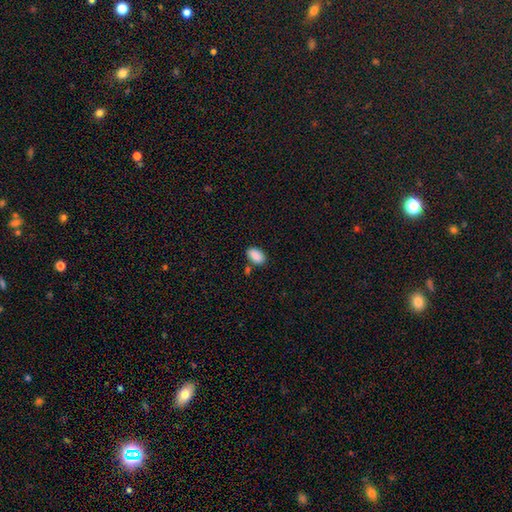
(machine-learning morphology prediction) Smooth or featured: smooth — 89% (star or artifact — 7%)
How rounded: in between — 92% (round — 6%)
Merging: none — 75% (minor disturbance — 13%)